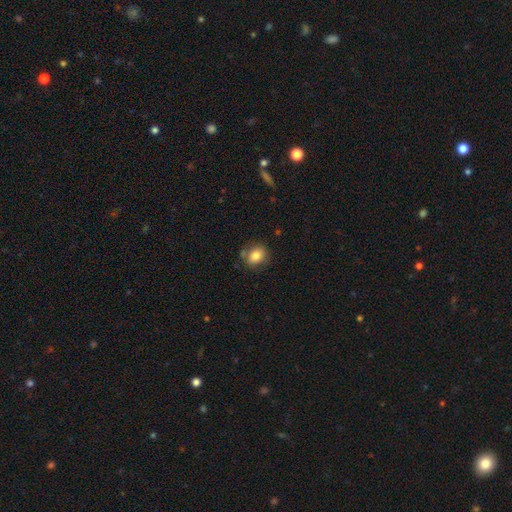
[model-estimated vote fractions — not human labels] This is clearly a smooth galaxy (82%). How rounded: possibly in between (53%). Merging: likely none (76%).